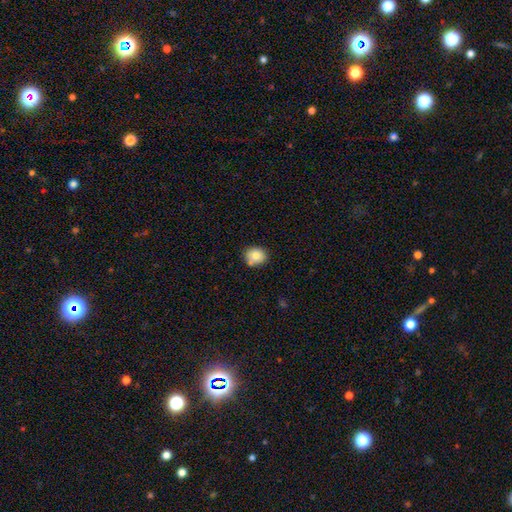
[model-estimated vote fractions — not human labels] Overall: smooth (80%). How rounded: round (72%). Merging: none (71%).